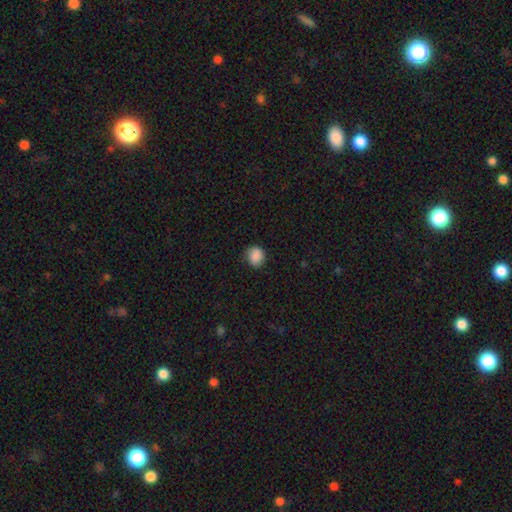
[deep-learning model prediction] A smooth galaxy with no disk features (86%) that is round (69%). Merging: none (76%).